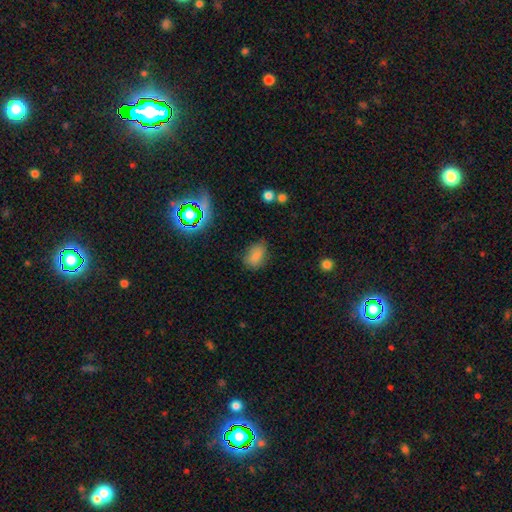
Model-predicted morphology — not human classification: This is likely a smooth galaxy (79%). How rounded: clearly in between (81%). Merging: likely none (71%).